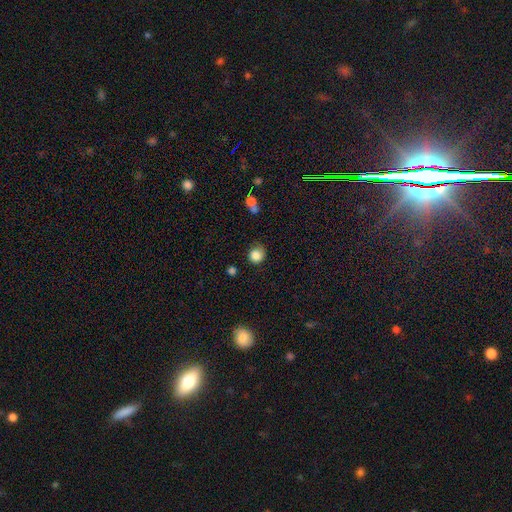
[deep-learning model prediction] A smooth galaxy with no disk features (85%) that is round (85%).

Vote fractions:
- Smooth or featured? smooth: 85% / star or artifact: 10% / featured or disk: 5%
- How rounded? round: 85% / in between: 14% / cigar-shaped: 1%
- Merging? none: 67% / minor disturbance: 23% / major disturbance: 6% / merger: 3%